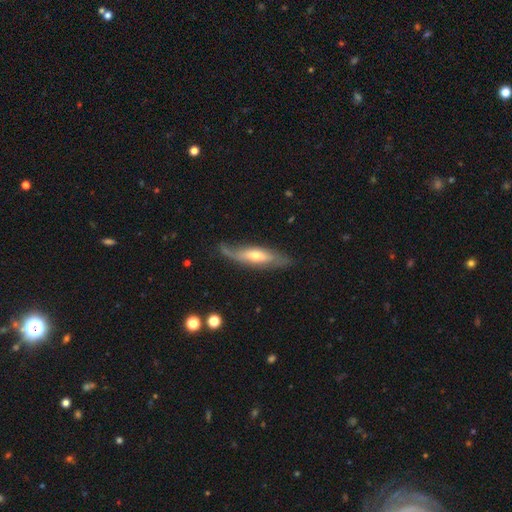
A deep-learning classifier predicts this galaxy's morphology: Q: Smooth or featured?
A: featured or disk (57%); runner-up: smooth (38%)
Q: Edge-on disk?
A: no (53%); runner-up: yes (47%)
Q: Merging?
A: none (60%); runner-up: minor disturbance (25%)